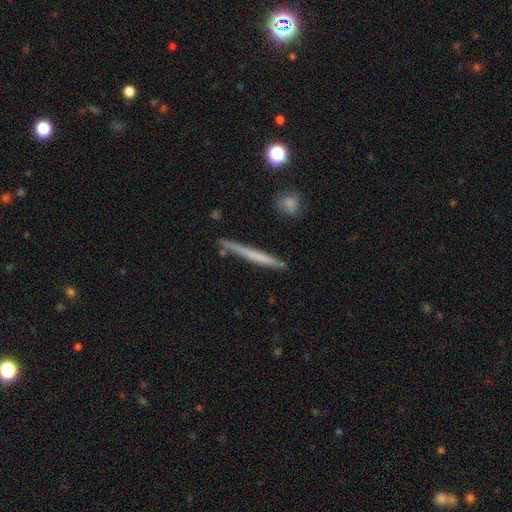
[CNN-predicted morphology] A smooth galaxy with no disk features (51%) that is cigar-shaped (96%). Merging: none (86%).